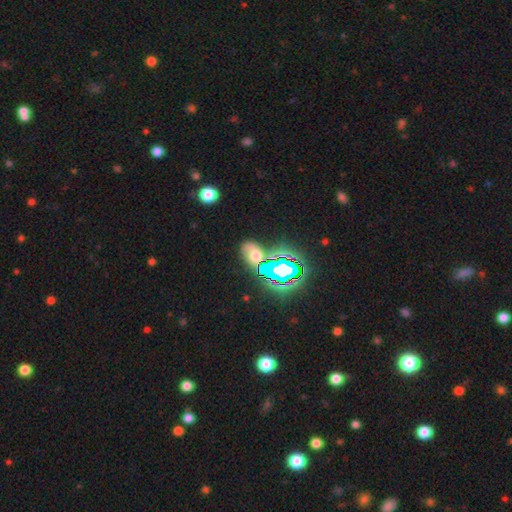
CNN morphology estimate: A smooth galaxy with no disk features (42%).

Vote fractions:
- Smooth or featured? smooth: 42% / star or artifact: 34% / featured or disk: 24%
- Merging? none: 53% / minor disturbance: 20% / merger: 14% / major disturbance: 13%